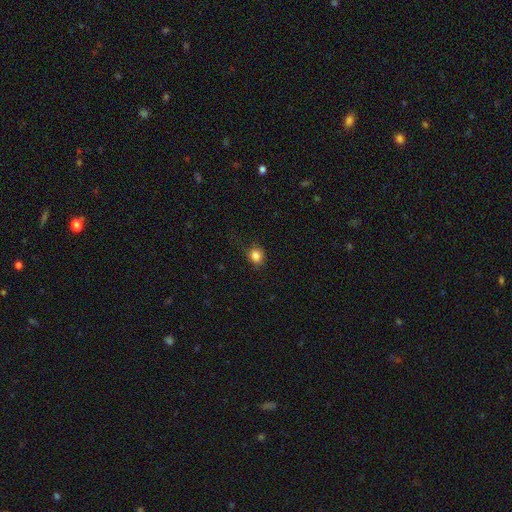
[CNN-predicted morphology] smooth-or-featured: smooth: 84% | star or artifact: 11% | featured or disk: 5%
  how-rounded: round: 71% | in between: 28% | cigar-shaped: 1%
  merging: none: 76% | minor disturbance: 17% | major disturbance: 6% | merger: 1%